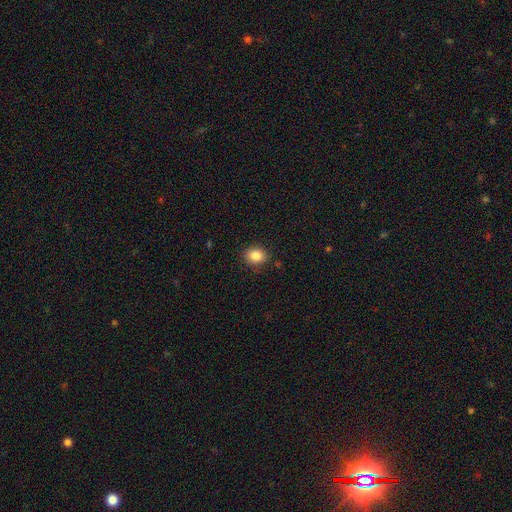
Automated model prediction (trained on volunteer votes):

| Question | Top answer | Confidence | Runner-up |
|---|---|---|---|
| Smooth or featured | smooth | 85% | star or artifact (10%) |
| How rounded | round | 53% | in between (46%) |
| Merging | none | 87% | minor disturbance (10%) |